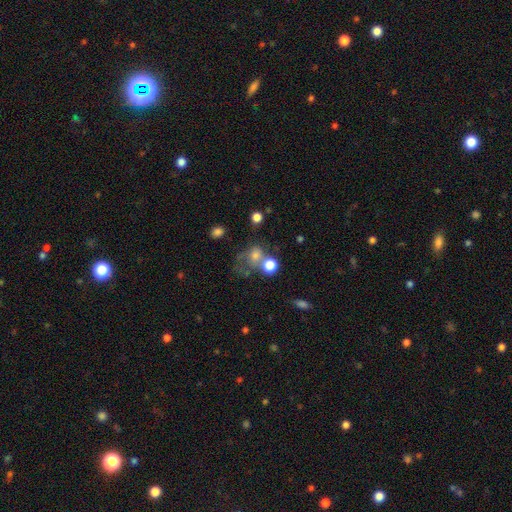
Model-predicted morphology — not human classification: smooth 63%, featured or disk 20%, star or artifact 17%. Down the decision tree: how rounded — round (64%); merging — none (33%).